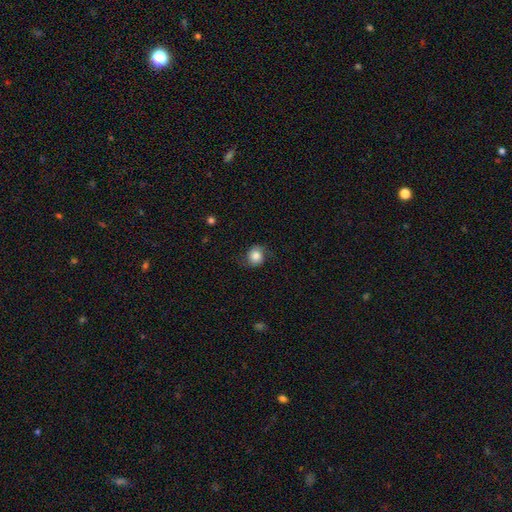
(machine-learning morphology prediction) Smooth or featured: smooth — 76% (featured or disk — 15%)
How rounded: round — 77% (in between — 22%)
Merging: none — 72% (minor disturbance — 19%)